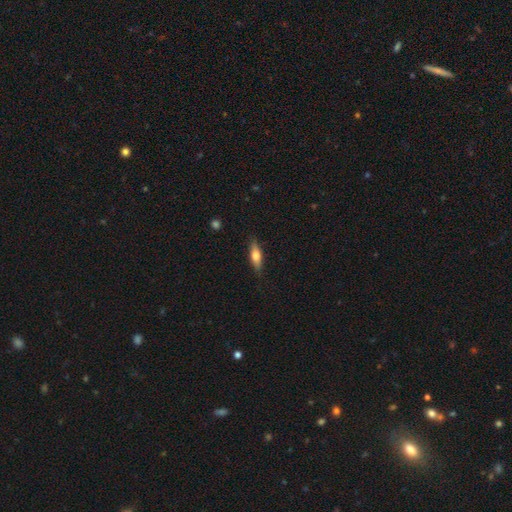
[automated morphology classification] A smooth galaxy with no disk features (58%) that is in between round and cigar-shaped (49%). Merging: none (85%).